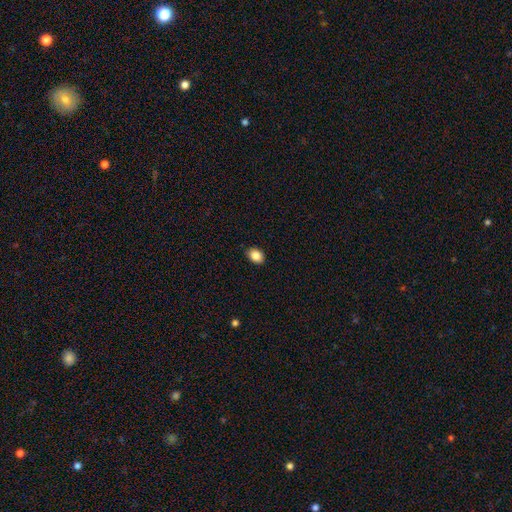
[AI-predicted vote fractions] Smooth or featured? smooth (86%)
How rounded? in between (70%)
Merging? none (87%)